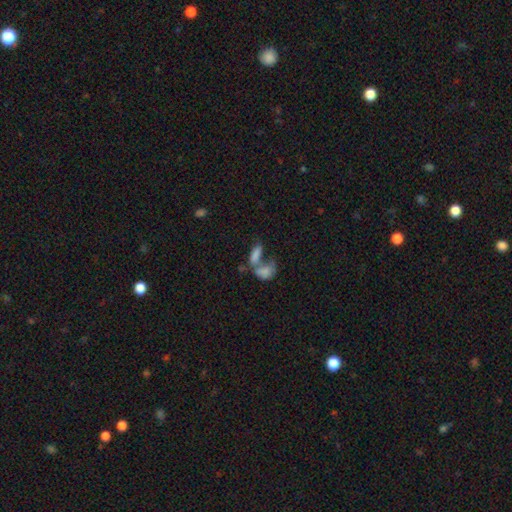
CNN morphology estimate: smooth 75%, featured or disk 15%, star or artifact 10%. Down the decision tree: how rounded — in between (82%); merging — merger (62%).